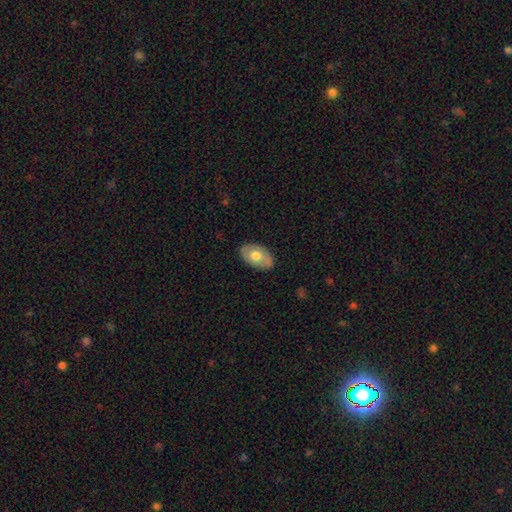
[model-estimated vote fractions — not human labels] This appears to be a smooth galaxy with no disk features (61%) that is in between round and cigar-shaped (91%). Merging: none (82%).